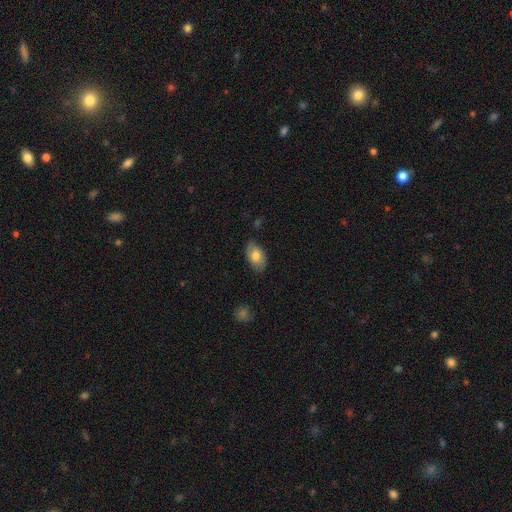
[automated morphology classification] Smooth or featured?
  - smooth: 76% *
  - featured or disk: 17%
  - star or artifact: 7%
How rounded?
  - in between: 92% *
  - round: 6%
  - cigar-shaped: 1%
Merging?
  - none: 80% *
  - minor disturbance: 16%
  - major disturbance: 3%
  - merger: 1%